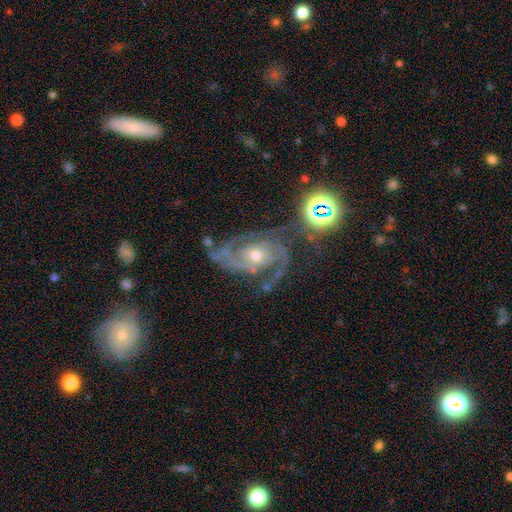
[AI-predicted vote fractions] Smooth or featured?
  - featured or disk: 88% *
  - star or artifact: 8%
  - smooth: 4%
Edge-on disk?
  - no: 97% *
  - yes: 3%
Bar?
  - no: 71% *
  - weak: 22%
  - strong: 7%
Spiral arms?
  - yes: 97% *
  - no: 3%
Spiral winding?
  - medium: 47% *
  - tight: 42%
  - loose: 11%
Spiral arm count?
  - 2: 55% *
  - 3: 21%
  - can't tell: 11%
  - 4: 5%
  - 1: 5%
  - more than 4: 4%
Bulge size?
  - moderate: 55% *
  - small: 40%
  - large: 3%
  - none: 1%
  - dominant: 1%
Merging?
  - none: 59% *
  - minor disturbance: 21%
  - major disturbance: 16%
  - merger: 5%